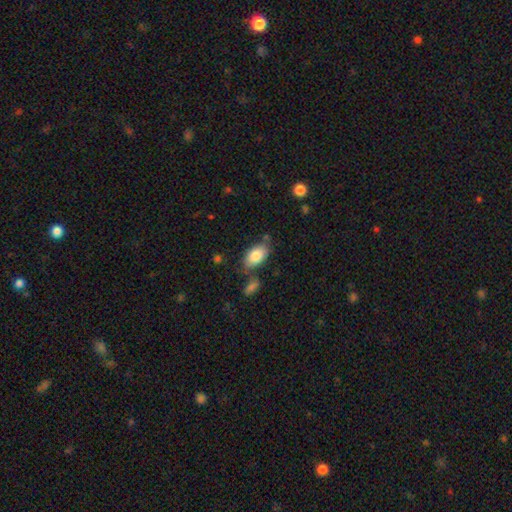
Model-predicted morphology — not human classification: This appears to be a smooth galaxy with no disk features (84%) that is in between round and cigar-shaped (94%). Merging: none (68%).